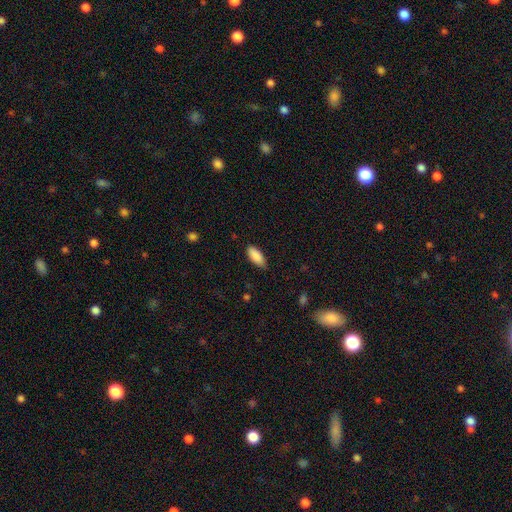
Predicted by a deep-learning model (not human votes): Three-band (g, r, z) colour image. It shows a smooth galaxy with no disk features (89%) that is in between round and cigar-shaped (83%). Merging: none (81%).